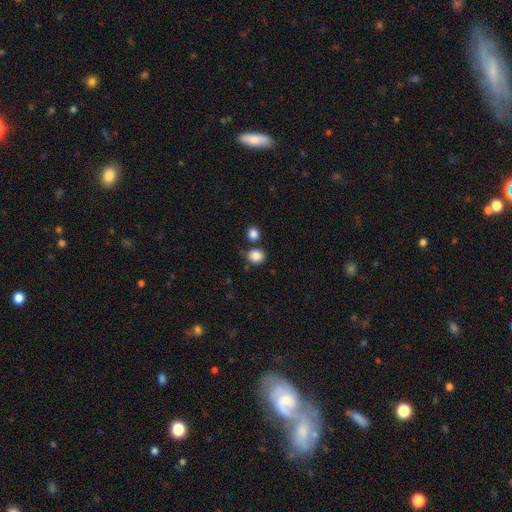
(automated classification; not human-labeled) smooth-or-featured: smooth: 86% | star or artifact: 10% | featured or disk: 4%
  how-rounded: round: 76% | in between: 23% | cigar-shaped: 1%
  merging: none: 68% | merger: 15% | minor disturbance: 13% | major disturbance: 4%